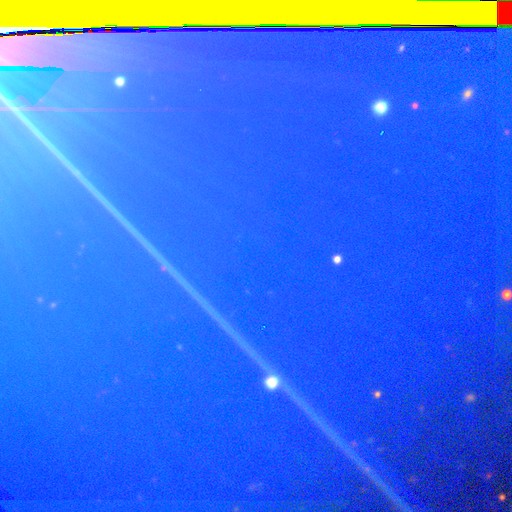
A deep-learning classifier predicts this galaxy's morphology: The model was most divided on "smooth or featured": star or artifact: 84%, featured or disk: 9%, smooth: 7%.